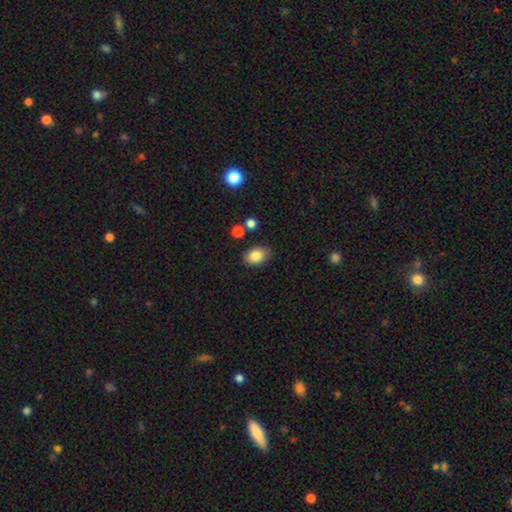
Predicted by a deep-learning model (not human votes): smooth-or-featured: smooth: 83% | star or artifact: 9% | featured or disk: 8%
  how-rounded: in between: 81% | round: 18% | cigar-shaped: 1%
  merging: none: 80% | minor disturbance: 14% | merger: 3% | major disturbance: 3%